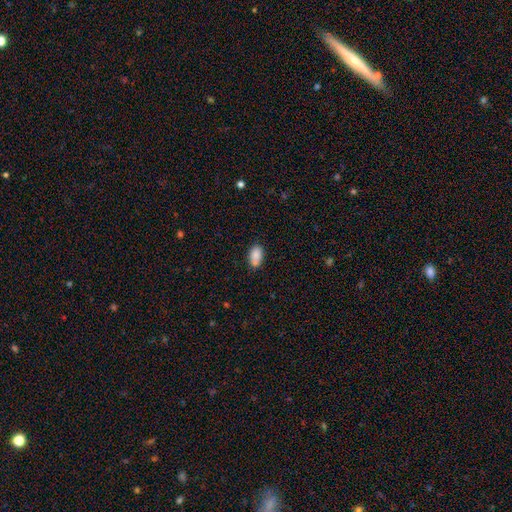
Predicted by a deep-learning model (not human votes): This is clearly a smooth galaxy (87%). How rounded: clearly in between (92%). Merging: likely none (72%).